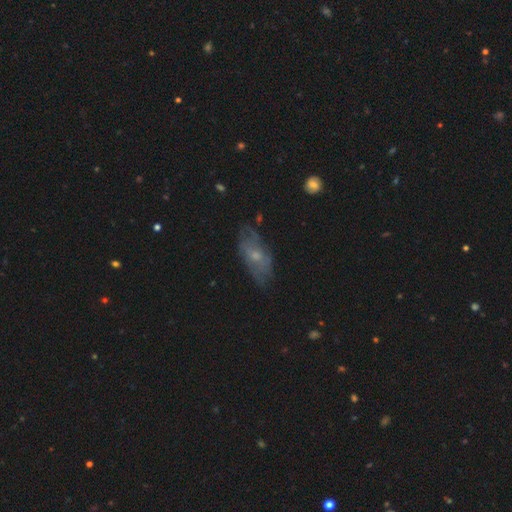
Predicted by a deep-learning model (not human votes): This appears to be a featured or disk galaxy (49%). Merging: none (64%).